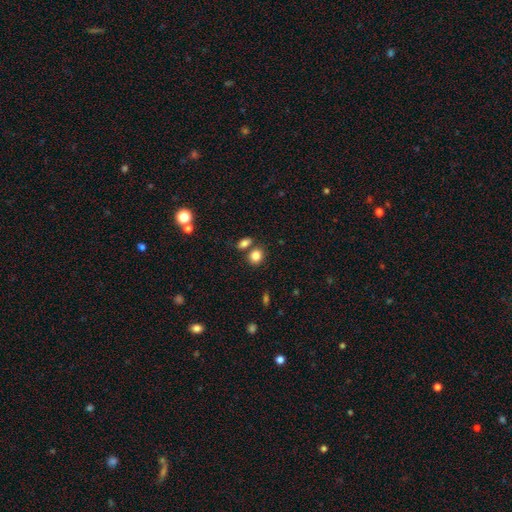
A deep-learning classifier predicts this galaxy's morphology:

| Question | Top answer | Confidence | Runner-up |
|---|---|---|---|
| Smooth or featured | smooth | 84% | star or artifact (10%) |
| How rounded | round | 62% | in between (37%) |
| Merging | none | 64% | merger (22%) |